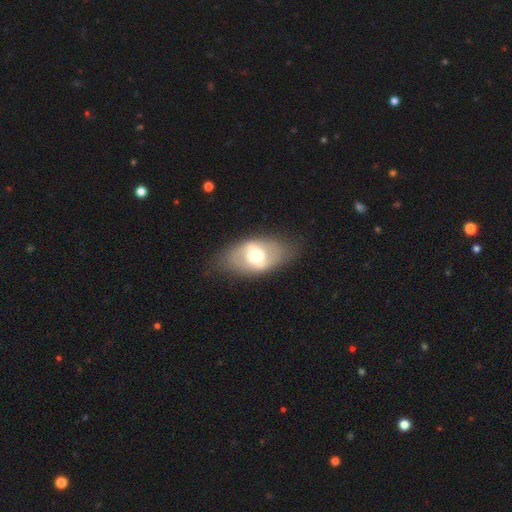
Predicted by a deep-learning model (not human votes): Smooth or featured? Predicted: smooth (p=0.48). Merging? Predicted: none (p=0.76).